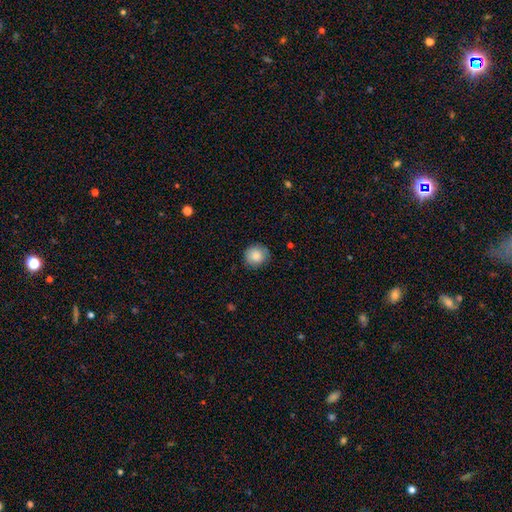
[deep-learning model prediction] Morphology: type=smooth (85%); roundness=round (88%); merging=none (83%).